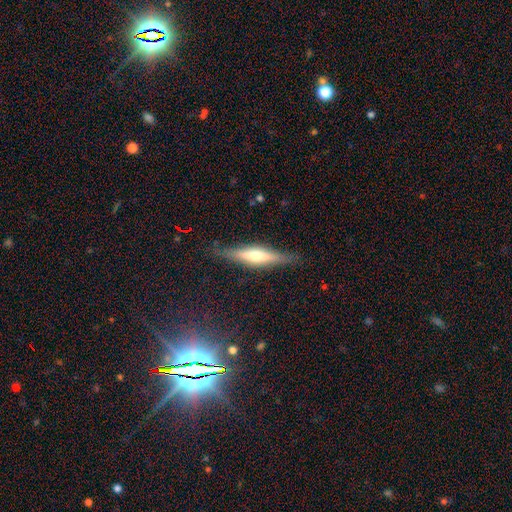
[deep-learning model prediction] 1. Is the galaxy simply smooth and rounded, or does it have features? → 58% featured or disk, 35% smooth, 7% star or artifact.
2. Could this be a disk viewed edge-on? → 94% yes, 6% no.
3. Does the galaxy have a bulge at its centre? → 69% rounded, 17% boxy, 14% none.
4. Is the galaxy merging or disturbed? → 84% none, 12% minor disturbance, 3% major disturbance, 1% merger.